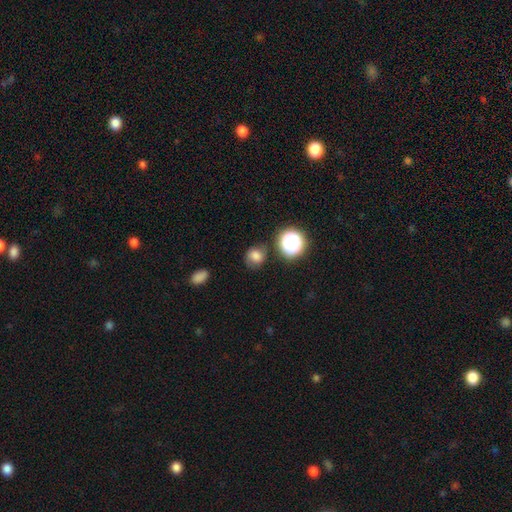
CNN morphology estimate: smooth-or-featured: smooth: 69% | featured or disk: 16% | star or artifact: 15%
  how-rounded: round: 74% | in between: 25% | cigar-shaped: 1%
  merging: none: 70% | minor disturbance: 18% | major disturbance: 7% | merger: 4%